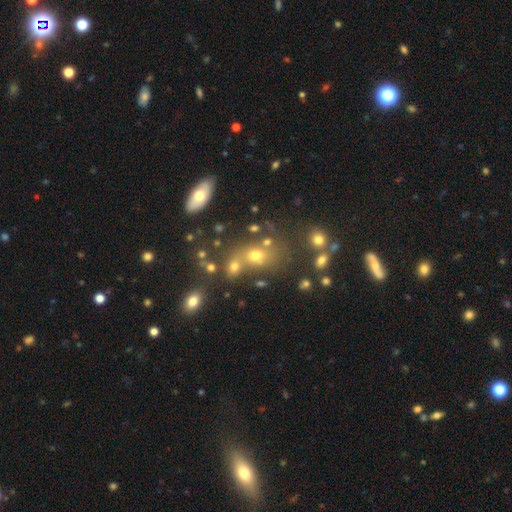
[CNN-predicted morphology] Smooth or featured: smooth — 56% (star or artifact — 24%)
How rounded: round — 50% (in between — 47%)
Merging: none — 47% (merger — 32%)